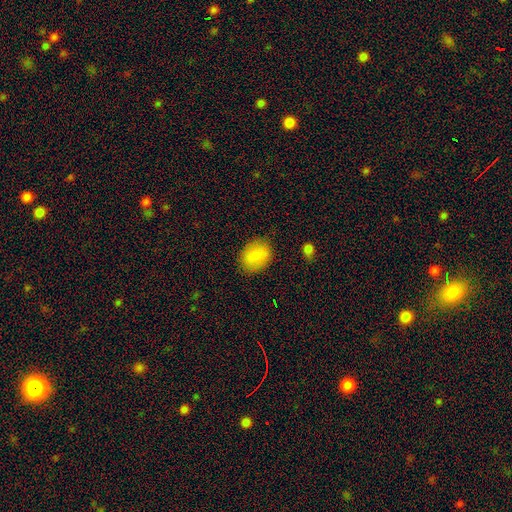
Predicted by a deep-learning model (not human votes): The model was most divided on "how rounded": in between: 67%, round: 32%, cigar-shaped: 1%. More confident: merging — none (84%); smooth or featured — smooth (82%).